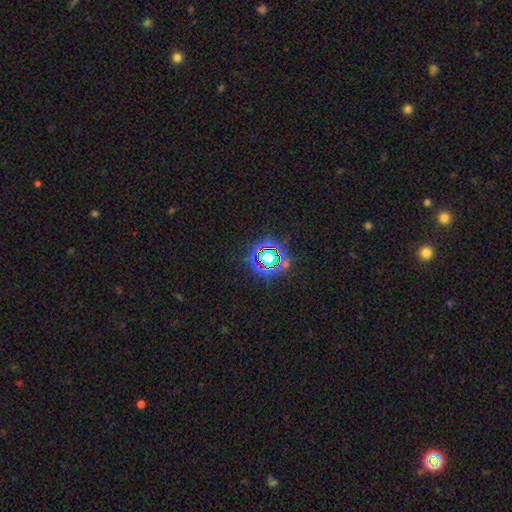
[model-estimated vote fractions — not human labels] smooth_or_featured: star or artifact (p=0.73) [alt: smooth p=0.17]